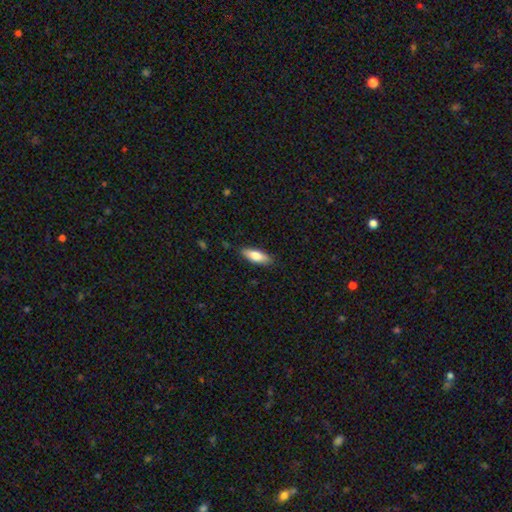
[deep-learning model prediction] smooth-or-featured: smooth: 76% | featured or disk: 18% | star or artifact: 6%
  how-rounded: in between: 63% | cigar-shaped: 35% | round: 2%
  merging: none: 87% | minor disturbance: 10% | major disturbance: 2% | merger: 1%